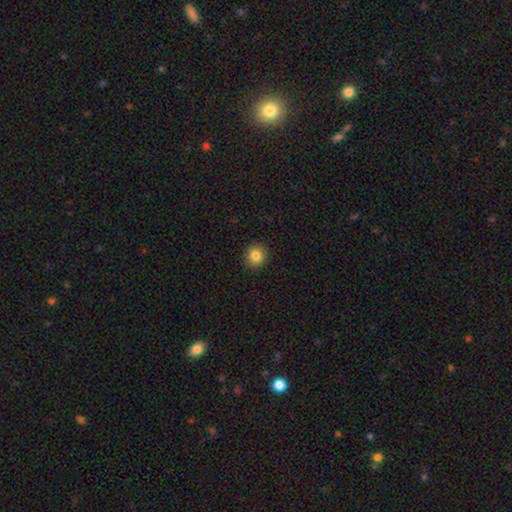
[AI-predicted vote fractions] Morphology: type=smooth (84%); roundness=round (91%); merging=none (92%).